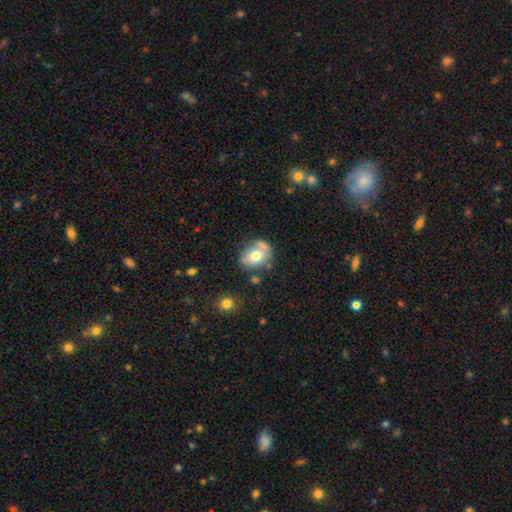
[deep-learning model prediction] This is likely a smooth galaxy (65%). How rounded: possibly in between (54%). Merging: possibly none (49%).